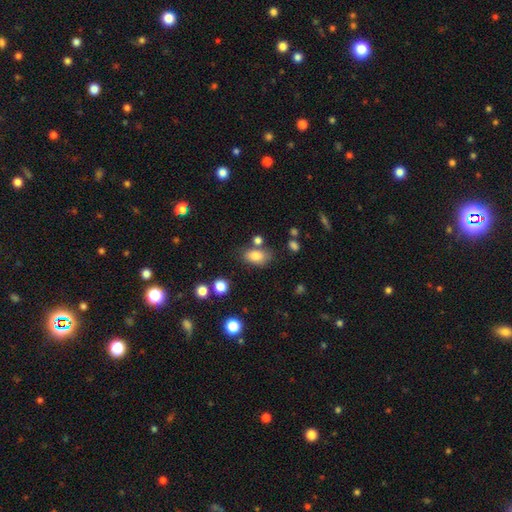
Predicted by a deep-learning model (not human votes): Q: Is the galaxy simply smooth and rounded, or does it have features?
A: smooth — 81%.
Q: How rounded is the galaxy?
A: in between — 86%.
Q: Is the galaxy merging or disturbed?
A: none — 67%.